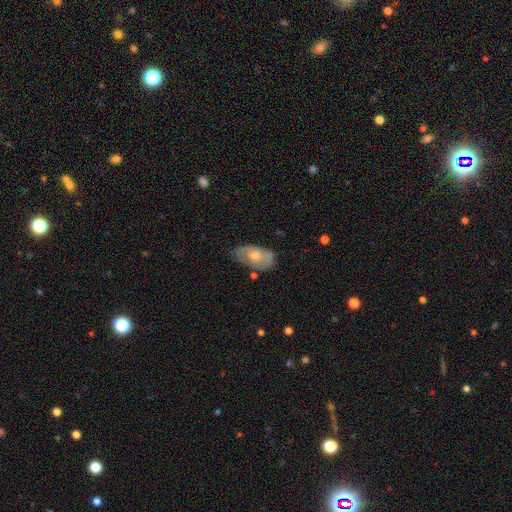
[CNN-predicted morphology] This is possibly a smooth galaxy (52%). How rounded: clearly in between (92%). Merging: likely none (61%).